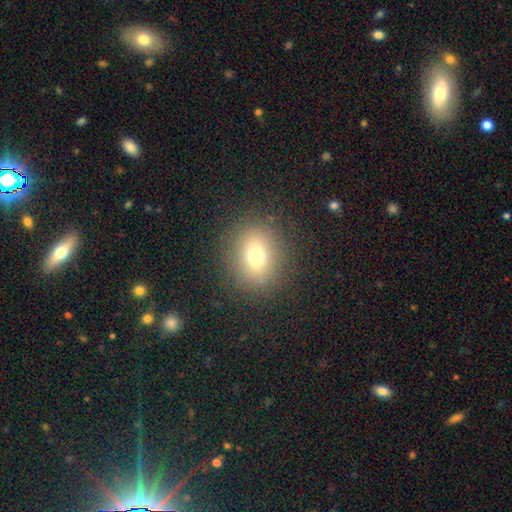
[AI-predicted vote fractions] Smooth or featured: smooth — 73% (star or artifact — 15%)
How rounded: round — 66% (in between — 33%)
Merging: none — 87% (minor disturbance — 8%)